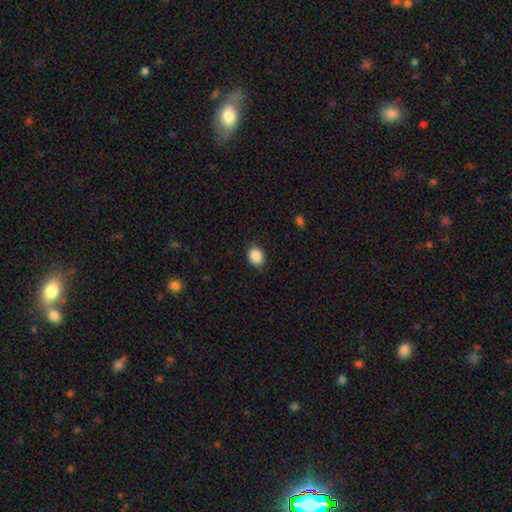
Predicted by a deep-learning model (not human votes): smooth_or_featured: smooth (p=0.88) [alt: star or artifact p=0.09]
how_rounded: in between (p=0.50) [alt: round p=0.49]
merging: none (p=0.84) [alt: minor disturbance p=0.13]